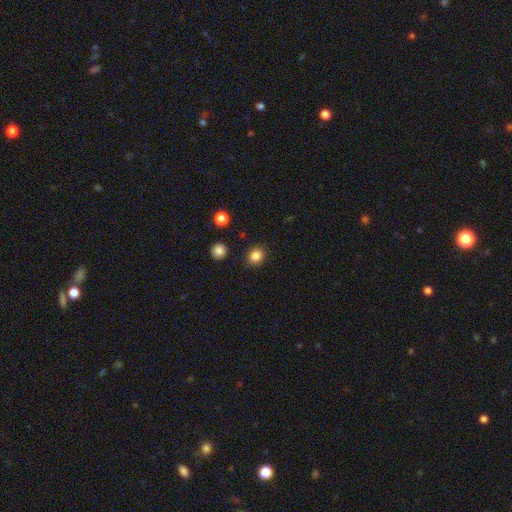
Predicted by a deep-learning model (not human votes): A smooth galaxy with no disk features (85%) that is round (80%).

Vote fractions:
- Smooth or featured? smooth: 85% / star or artifact: 11% / featured or disk: 4%
- How rounded? round: 80% / in between: 19% / cigar-shaped: 1%
- Merging? none: 89% / minor disturbance: 7% / major disturbance: 2% / merger: 2%